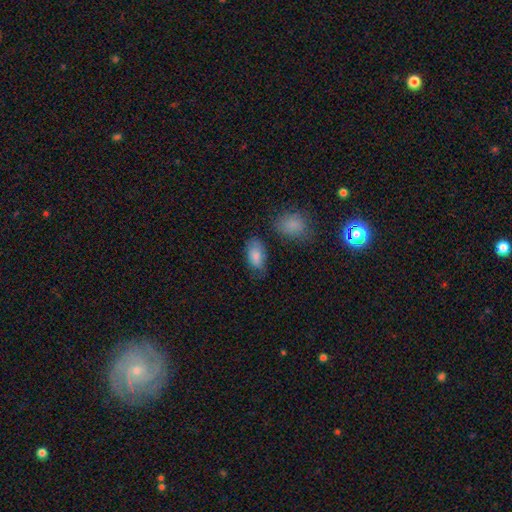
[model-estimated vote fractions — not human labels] Q: Smooth or featured?
A: smooth (83%); runner-up: featured or disk (10%)
Q: How rounded?
A: in between (93%); runner-up: round (5%)
Q: Merging?
A: none (62%); runner-up: minor disturbance (25%)